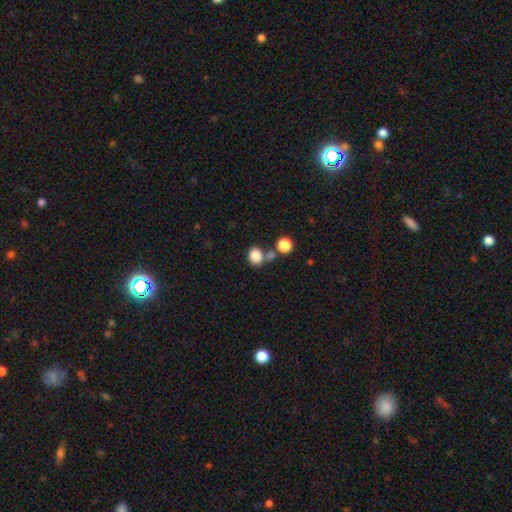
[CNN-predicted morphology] Smooth or featured: smooth — 84% (star or artifact — 10%)
How rounded: round — 71% (in between — 28%)
Merging: none — 59% (merger — 26%)